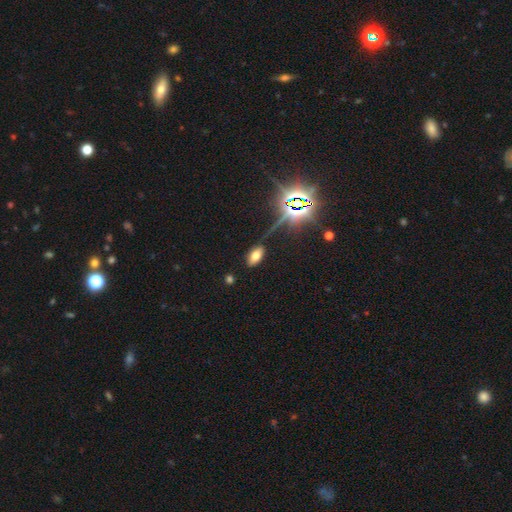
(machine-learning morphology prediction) Q: Smooth or featured?
A: smooth (65%); runner-up: star or artifact (22%)
Q: How rounded?
A: in between (92%); runner-up: cigar-shaped (4%)
Q: Merging?
A: none (83%); runner-up: minor disturbance (12%)